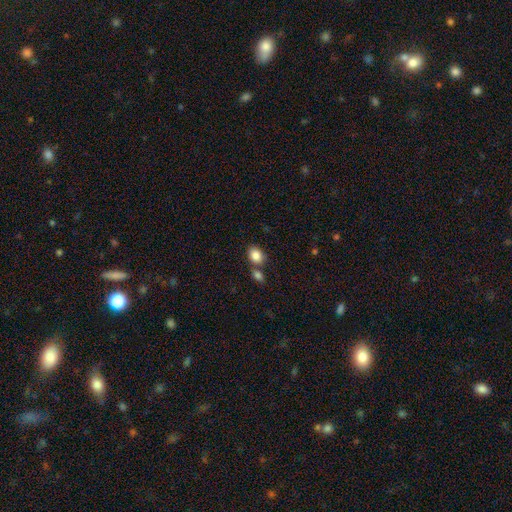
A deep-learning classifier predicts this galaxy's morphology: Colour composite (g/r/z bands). It shows a smooth galaxy with no disk features (86%) that is in between round and cigar-shaped (57%). Merging: none (59%).